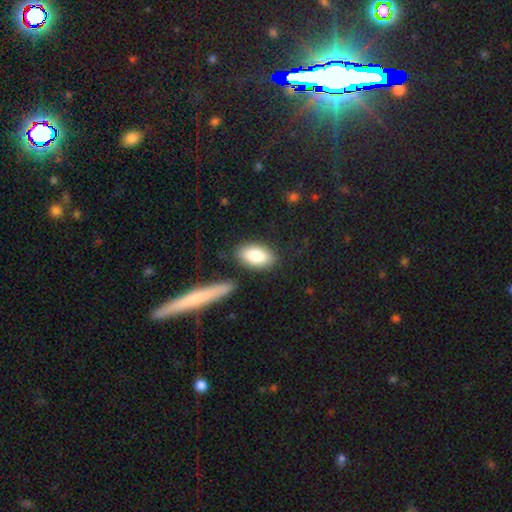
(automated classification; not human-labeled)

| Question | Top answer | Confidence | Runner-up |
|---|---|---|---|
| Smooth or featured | smooth | 83% | featured or disk (11%) |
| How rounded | in between | 91% | round (5%) |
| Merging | none | 82% | minor disturbance (10%) |